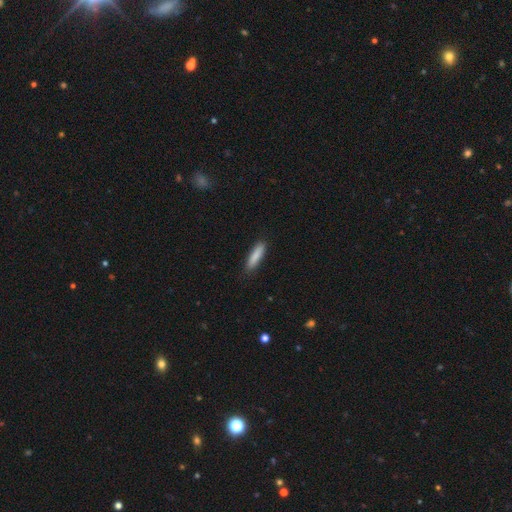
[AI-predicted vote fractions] The model was most divided on "how rounded": cigar-shaped: 76%, in between: 23%, round: 1%. More confident: smooth or featured — smooth (87%); merging — none (86%).